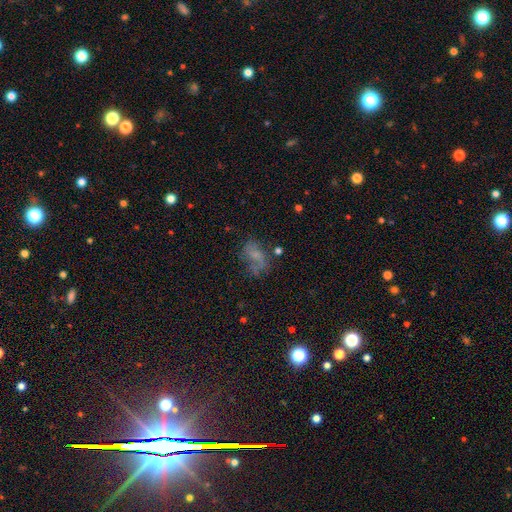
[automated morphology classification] A smooth galaxy with no disk features (42%).

Vote fractions:
- Smooth or featured? smooth: 42% / featured or disk: 39% / star or artifact: 19%
- Merging? none: 37% / major disturbance: 32% / minor disturbance: 23% / merger: 8%